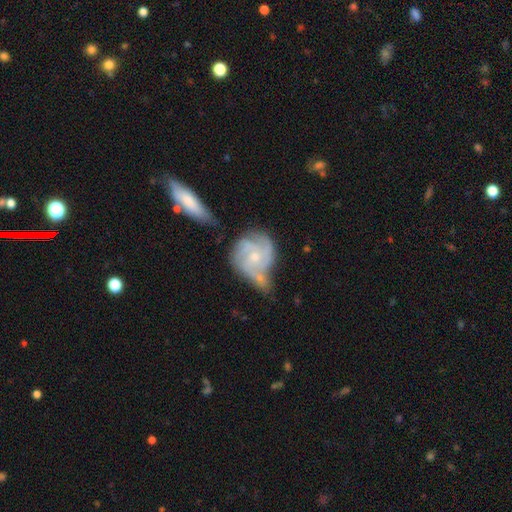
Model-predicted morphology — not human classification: This is likely a featured or disk galaxy (79%). It is clearly not viewed edge-on (97%). Bar: likely no (72%). Spiral arm pattern: clearly yes (92%). Spiral arm count: marginally 3 (41%). Spiral winding: possibly tight (53%). Central bulge: possibly small (56%). Merging: marginally none (41%).